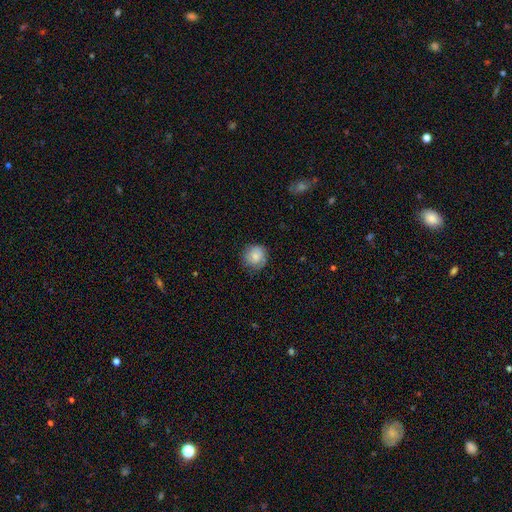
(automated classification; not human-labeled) Smooth or featured? smooth (70%)
How rounded? round (87%)
Merging? none (75%)